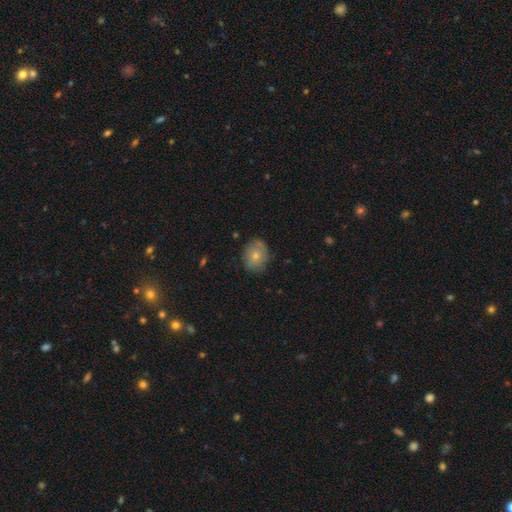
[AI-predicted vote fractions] Smooth or featured?
  - smooth: 69% *
  - featured or disk: 23%
  - star or artifact: 8%
How rounded?
  - round: 58% *
  - in between: 41%
  - cigar-shaped: 1%
Merging?
  - none: 74% *
  - minor disturbance: 20%
  - major disturbance: 4%
  - merger: 2%